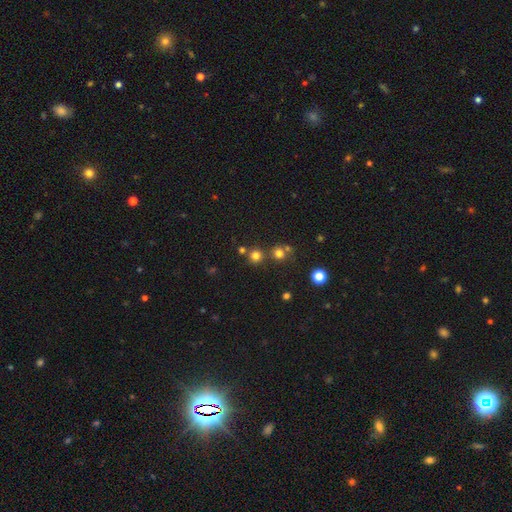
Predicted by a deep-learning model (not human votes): This is likely a smooth galaxy (73%). How rounded: clearly round (93%). Merging: likely none (74%).